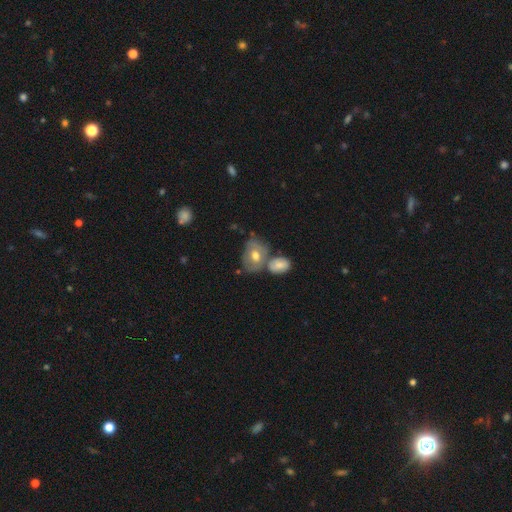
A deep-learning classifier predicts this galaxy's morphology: smooth 53%, featured or disk 40%, star or artifact 8%. Down the decision tree: how rounded — in between (74%); merging — none (40%).